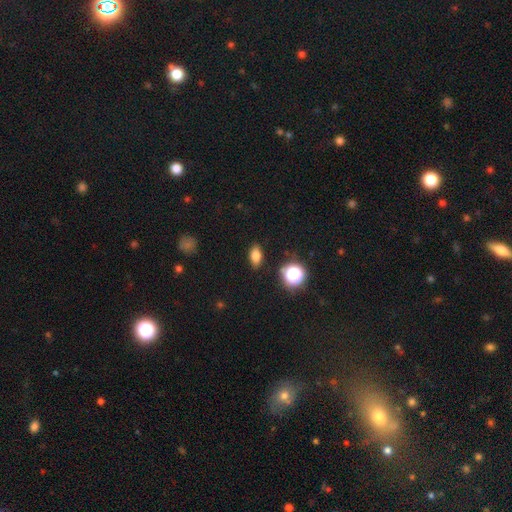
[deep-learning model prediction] Q: Smooth or featured?
A: smooth (78%); runner-up: star or artifact (14%)
Q: How rounded?
A: in between (82%); runner-up: round (13%)
Q: Merging?
A: none (86%); runner-up: minor disturbance (10%)